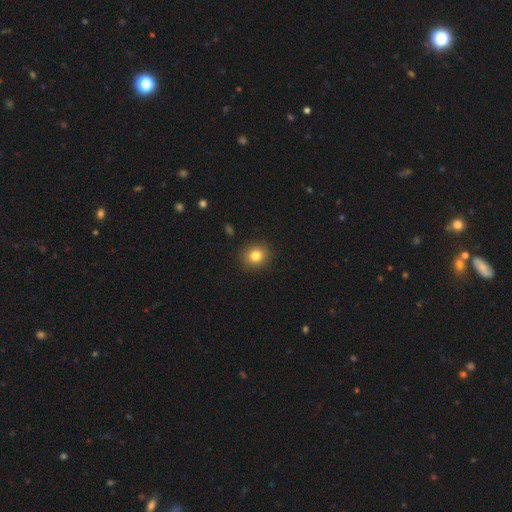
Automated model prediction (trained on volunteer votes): Morphology: type=smooth (82%); roundness=round (81%); merging=none (90%).